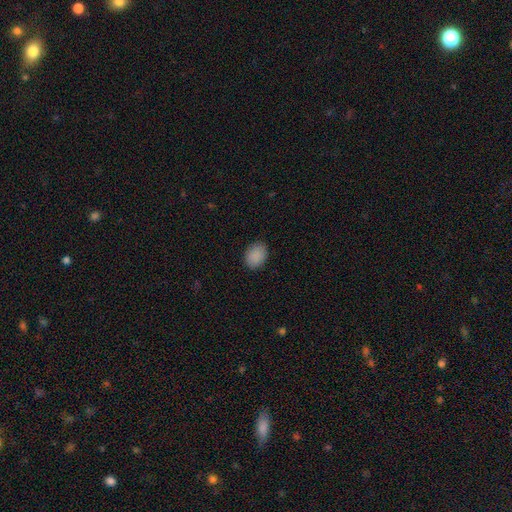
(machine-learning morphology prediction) The model was most divided on "how rounded": in between: 69%, round: 30%, cigar-shaped: 1%. More confident: smooth or featured — smooth (90%); merging — none (86%).